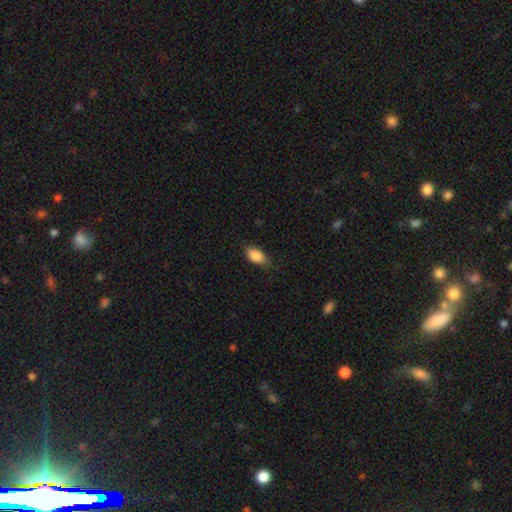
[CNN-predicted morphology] Overall: smooth (88%). How rounded: in between (92%). Merging: none (80%).